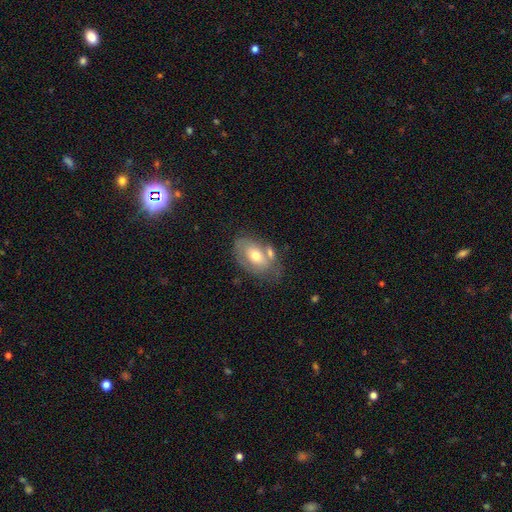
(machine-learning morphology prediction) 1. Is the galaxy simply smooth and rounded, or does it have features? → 52% smooth, 41% featured or disk, 7% star or artifact.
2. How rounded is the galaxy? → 87% in between, 11% round, 2% cigar-shaped.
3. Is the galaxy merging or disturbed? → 48% none, 23% merger, 21% minor disturbance, 9% major disturbance.